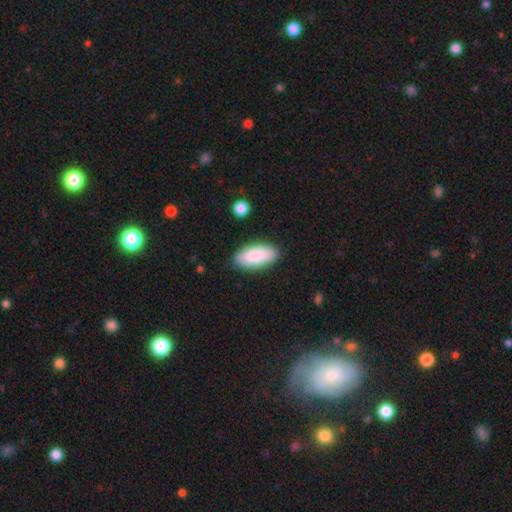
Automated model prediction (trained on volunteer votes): Smooth or featured? smooth (88%)
How rounded? in between (87%)
Merging? none (86%)